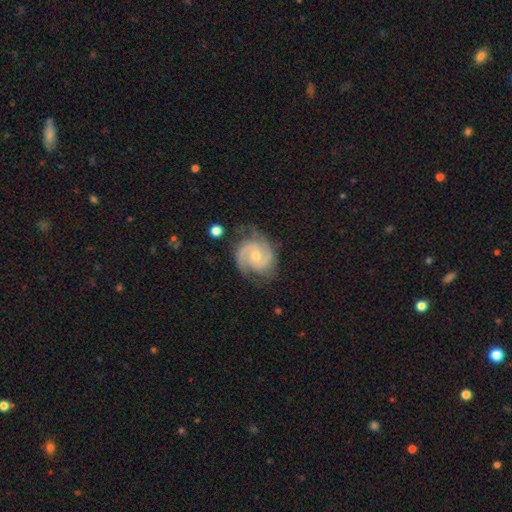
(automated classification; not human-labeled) smooth_or_featured: featured or disk (p=0.87) [alt: smooth p=0.08]
disk_edge_on: no (p=0.98) [alt: yes p=0.02]
bar: no (p=0.61) [alt: weak p=0.33]
has_spiral_arms: yes (p=0.97) [alt: no p=0.03]
spiral_winding: medium (p=0.49) [alt: tight p=0.41]
spiral_arm_count: 2 (p=0.84) [alt: 3 p=0.06]
bulge_size: small (p=0.48) [tied with: moderate p=0.48]
merging: none (p=0.74) [alt: minor disturbance p=0.19]